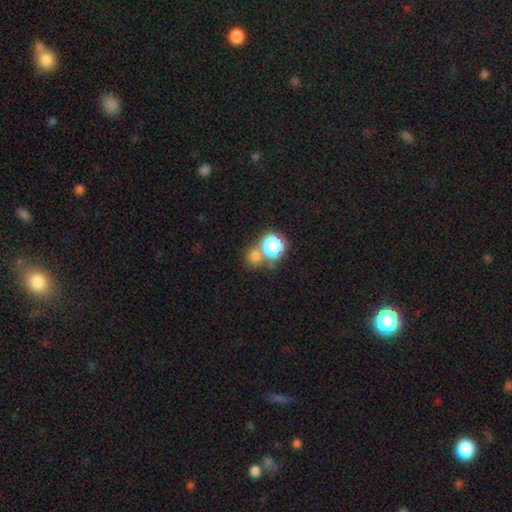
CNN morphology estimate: This appears to be a smooth galaxy with no disk features (66%) that is round (85%). Merging: none (59%).